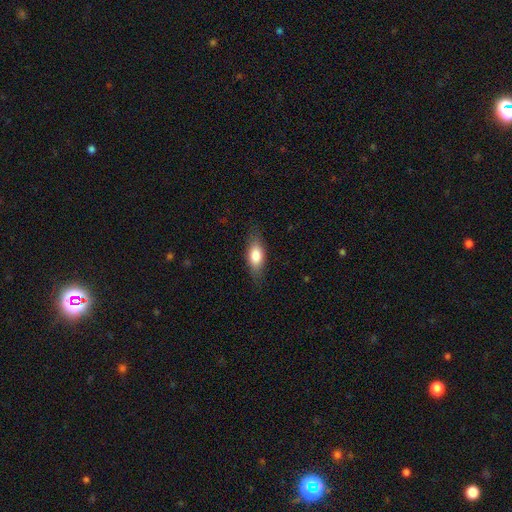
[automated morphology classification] smooth_or_featured: smooth (p=0.75) [alt: featured or disk p=0.19]
how_rounded: in between (p=0.76) [alt: cigar-shaped p=0.20]
merging: none (p=0.82) [alt: minor disturbance p=0.14]